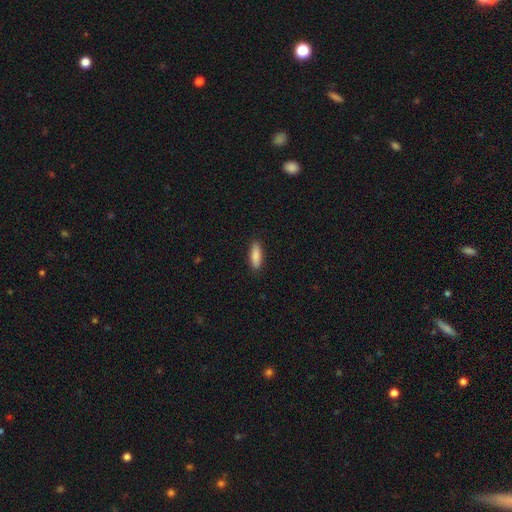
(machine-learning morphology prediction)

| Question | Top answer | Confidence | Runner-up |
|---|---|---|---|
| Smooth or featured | smooth | 87% | featured or disk (7%) |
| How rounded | in between | 57% | cigar-shaped (41%) |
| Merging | none | 89% | minor disturbance (9%) |